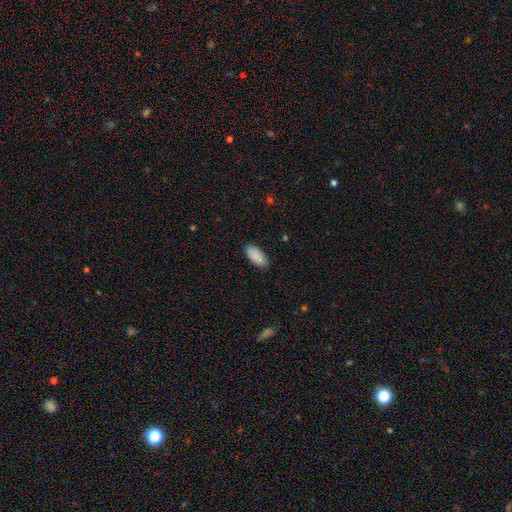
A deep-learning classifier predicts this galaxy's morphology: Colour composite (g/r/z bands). It shows a smooth galaxy with no disk features (89%) that is in between round and cigar-shaped (92%). Merging: none (86%).